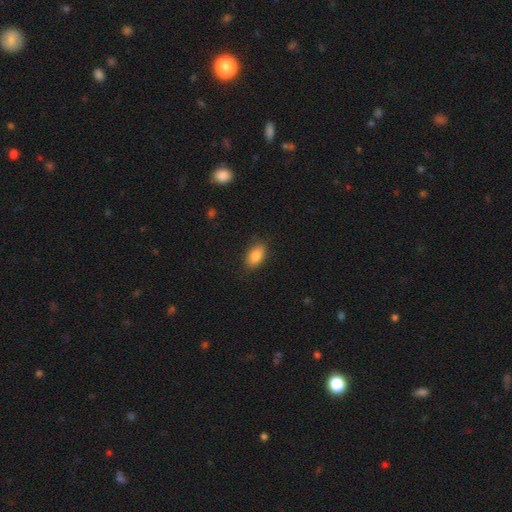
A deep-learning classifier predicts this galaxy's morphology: Q: Smooth or featured?
A: smooth (85%); runner-up: star or artifact (8%)
Q: How rounded?
A: in between (89%); runner-up: round (6%)
Q: Merging?
A: none (84%); runner-up: minor disturbance (12%)